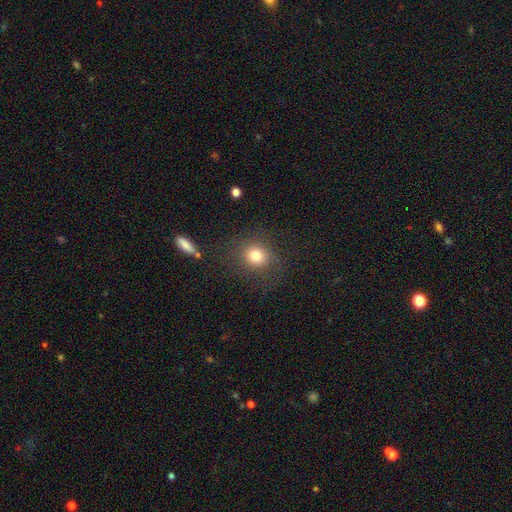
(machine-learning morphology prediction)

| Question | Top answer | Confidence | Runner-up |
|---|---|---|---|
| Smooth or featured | smooth | 78% | star or artifact (12%) |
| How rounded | round | 78% | in between (21%) |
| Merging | none | 77% | minor disturbance (13%) |